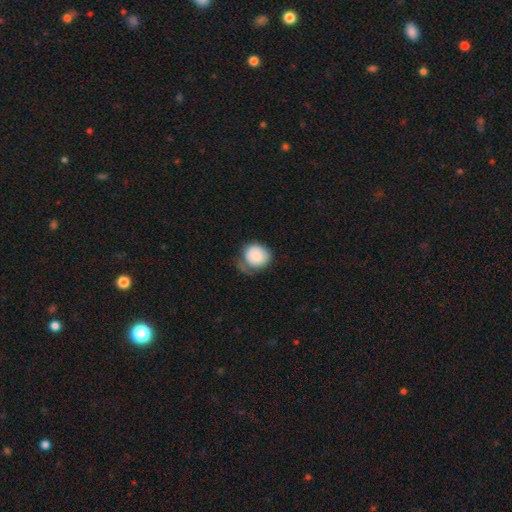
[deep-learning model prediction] Overall: smooth (79%). How rounded: round (83%). Merging: none (37%; minor disturbance 36%).